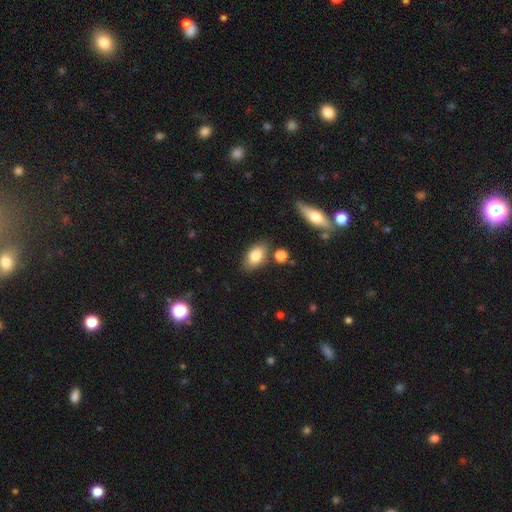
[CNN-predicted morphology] smooth-or-featured: smooth: 81% | featured or disk: 12% | star or artifact: 8%
  how-rounded: in between: 89% | round: 8% | cigar-shaped: 3%
  merging: none: 78% | minor disturbance: 13% | merger: 6% | major disturbance: 3%